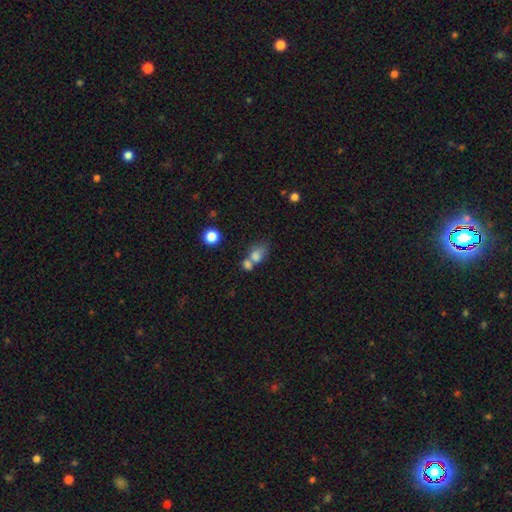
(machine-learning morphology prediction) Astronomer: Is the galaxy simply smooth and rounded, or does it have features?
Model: smooth — 74%.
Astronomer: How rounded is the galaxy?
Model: in between — 68%.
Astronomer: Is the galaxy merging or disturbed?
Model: merger — 55%.